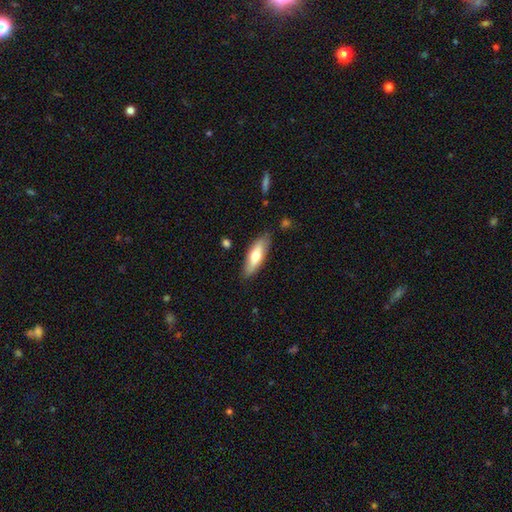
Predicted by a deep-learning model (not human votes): The model was most divided on "how rounded": in between: 54%, cigar-shaped: 44%, round: 2%. More confident: merging — none (82%); smooth or featured — smooth (64%).